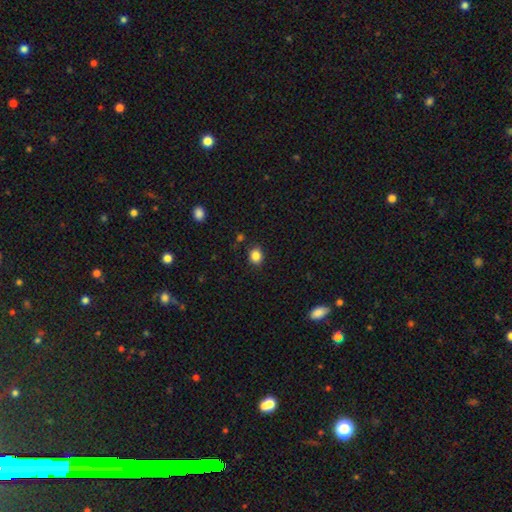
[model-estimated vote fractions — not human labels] Q: Smooth or featured?
A: smooth (85%); runner-up: star or artifact (11%)
Q: How rounded?
A: round (67%); runner-up: in between (32%)
Q: Merging?
A: none (87%); runner-up: minor disturbance (9%)